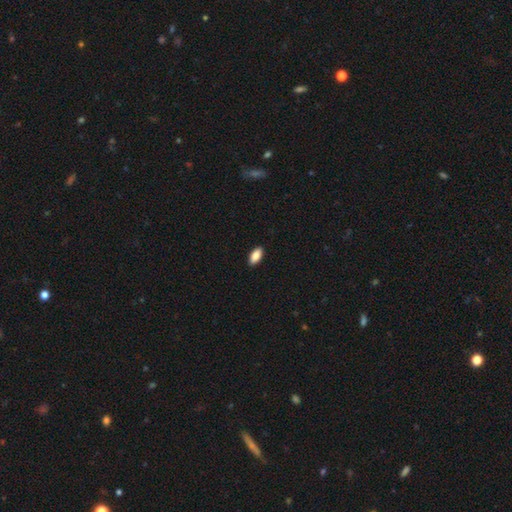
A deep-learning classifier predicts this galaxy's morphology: Smooth or featured?
  - smooth: 86% *
  - featured or disk: 8%
  - star or artifact: 6%
How rounded?
  - in between: 88% *
  - cigar-shaped: 9%
  - round: 2%
Merging?
  - none: 91% *
  - minor disturbance: 7%
  - major disturbance: 2%
  - merger: 1%